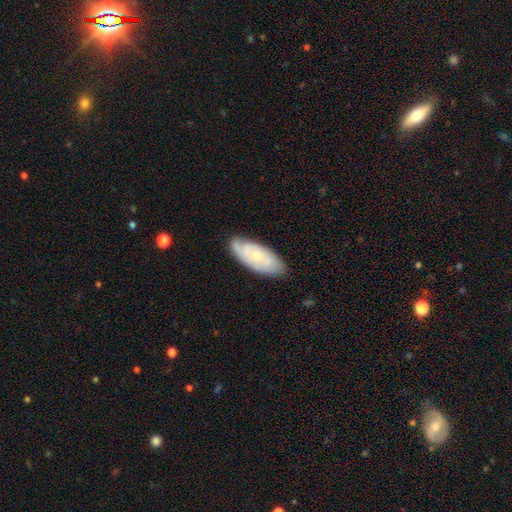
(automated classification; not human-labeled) Smooth or featured? featured or disk (57%)
Edge-on disk? no (88%)
Bar? no (79%)
Spiral arms? yes (76%)
Bulge size? small (61%)
Merging? none (73%)